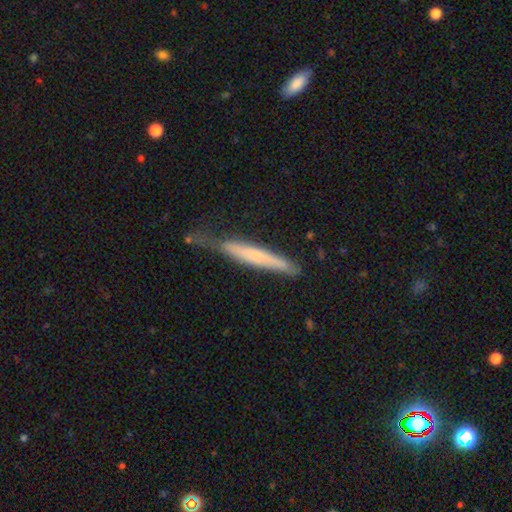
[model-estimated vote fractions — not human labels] This is possibly a smooth galaxy (55%). How rounded: clearly cigar-shaped (95%). Merging: possibly none (58%).